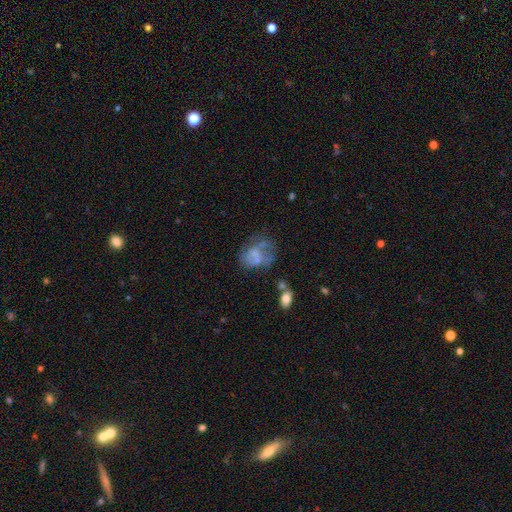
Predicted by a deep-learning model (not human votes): Morphology: type=featured or disk (50%); merging=major disturbance (33%).